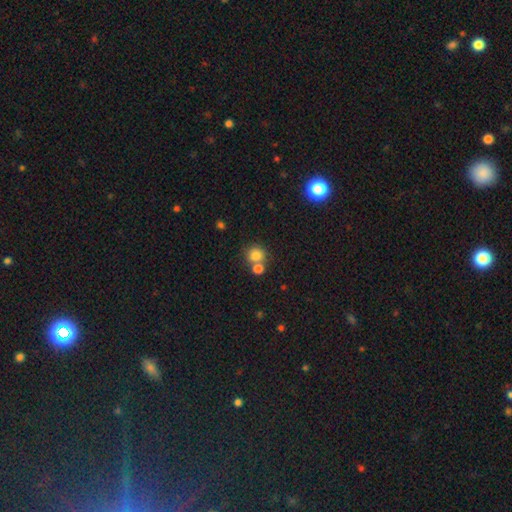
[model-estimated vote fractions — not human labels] This appears to be a smooth galaxy with no disk features (81%) that is round (86%). Merging: none (57%).